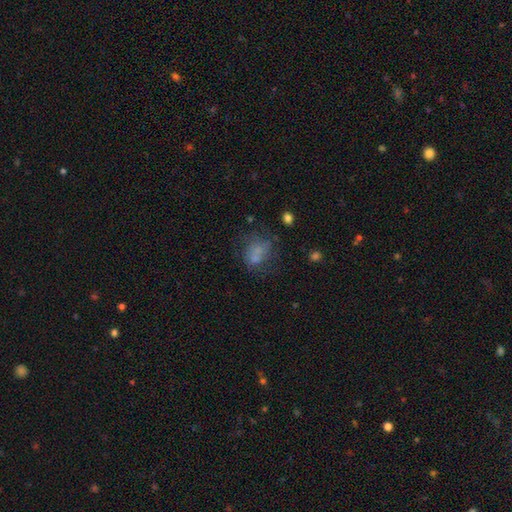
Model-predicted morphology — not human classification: smooth-or-featured: smooth: 58% | featured or disk: 27% | star or artifact: 16%
  how-rounded: in between: 49% (tied) | round: 49% (tied) | cigar-shaped: 1%
  merging: none: 41% | merger: 23% | minor disturbance: 19% | major disturbance: 17%